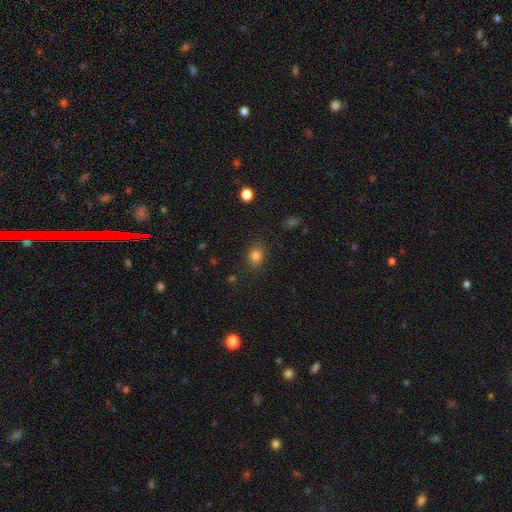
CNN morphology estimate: smooth-or-featured: smooth: 82% | star or artifact: 13% | featured or disk: 5%
  how-rounded: round: 51% | in between: 47% | cigar-shaped: 1%
  merging: none: 83% | minor disturbance: 11% | major disturbance: 4% | merger: 2%